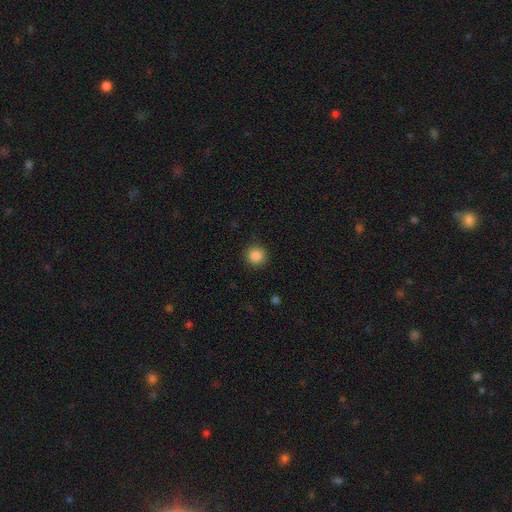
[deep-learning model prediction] Smooth or featured?
  - smooth: 86% *
  - star or artifact: 10%
  - featured or disk: 4%
How rounded?
  - round: 94% *
  - in between: 5%
  - cigar-shaped: 1%
Merging?
  - none: 91% *
  - minor disturbance: 6%
  - major disturbance: 2%
  - merger: 1%